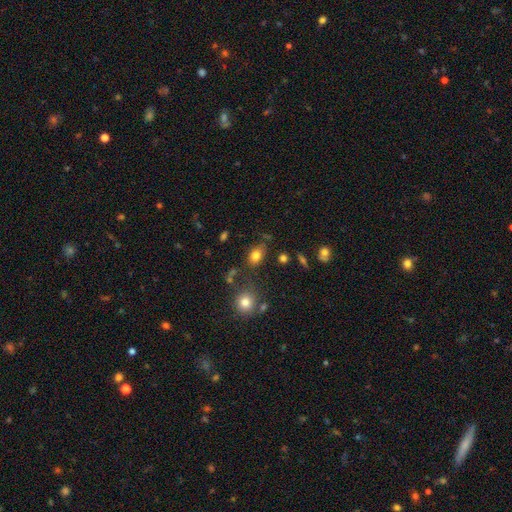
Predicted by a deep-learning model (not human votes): Smooth or featured? smooth (79%)
How rounded? in between (75%)
Merging? none (73%)